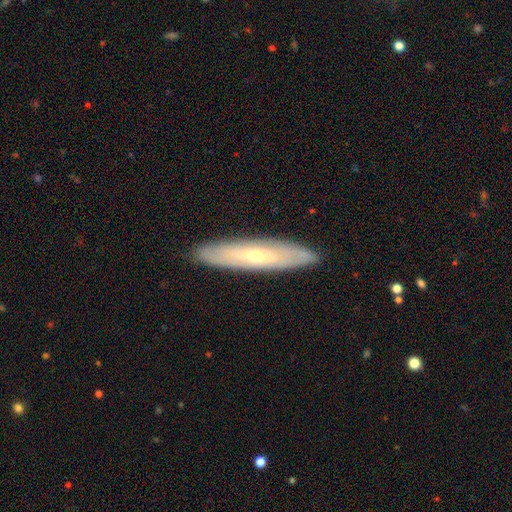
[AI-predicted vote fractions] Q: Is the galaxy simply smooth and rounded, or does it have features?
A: featured or disk — 64%.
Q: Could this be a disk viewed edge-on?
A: yes — 57%.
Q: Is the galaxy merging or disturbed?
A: none — 89%.